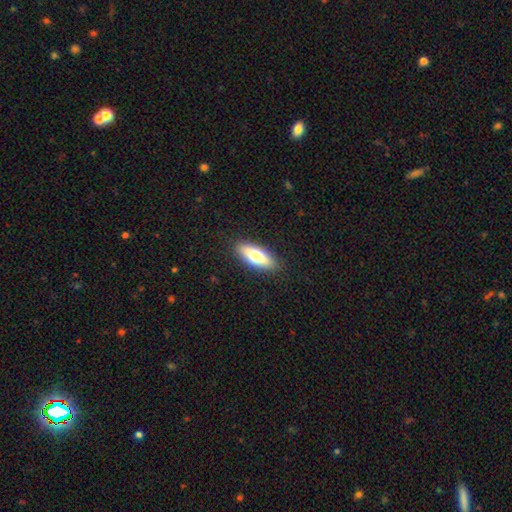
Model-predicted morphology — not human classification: Overall: smooth (70%). How rounded: in between (67%; cigar-shaped 30%). Merging: none (89%).